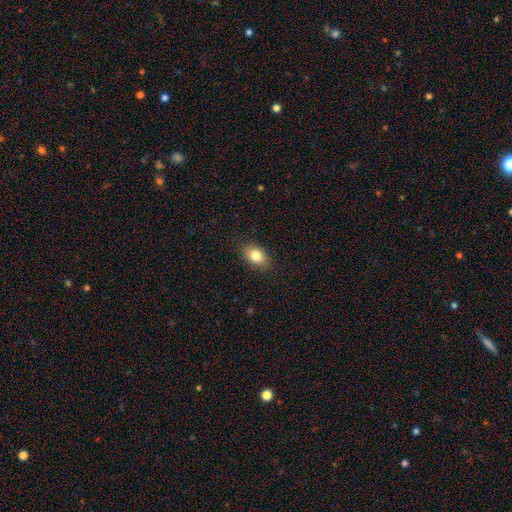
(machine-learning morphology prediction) Smooth or featured: smooth — 82% (star or artifact — 9%)
How rounded: in between — 81% (round — 18%)
Merging: none — 87% (minor disturbance — 10%)